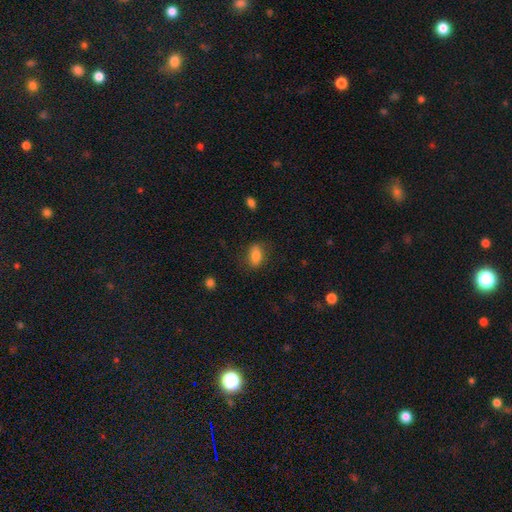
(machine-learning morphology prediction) A smooth galaxy with no disk features (80%) that is in between round and cigar-shaped (85%).

Vote fractions:
- Smooth or featured? smooth: 80% / featured or disk: 11% / star or artifact: 8%
- How rounded? in between: 85% / round: 10% / cigar-shaped: 5%
- Merging? none: 78% / minor disturbance: 15% / major disturbance: 5% / merger: 1%